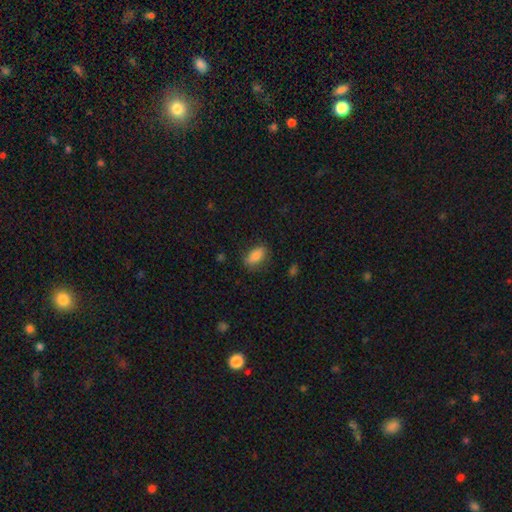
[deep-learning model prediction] A smooth galaxy with no disk features (80%) that is in between round and cigar-shaped (87%).

Vote fractions:
- Smooth or featured? smooth: 80% / featured or disk: 12% / star or artifact: 8%
- How rounded? in between: 87% / cigar-shaped: 7% / round: 6%
- Merging? none: 77% / minor disturbance: 18% / major disturbance: 5% / merger: 1%